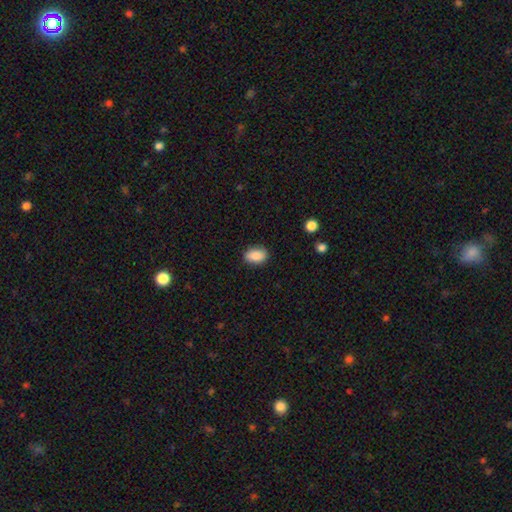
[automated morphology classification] Overall: smooth (88%). How rounded: in between (87%). Merging: none (86%).